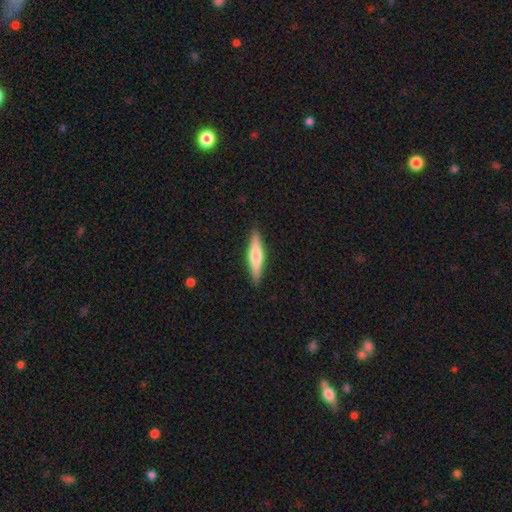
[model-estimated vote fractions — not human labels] This appears to be a smooth galaxy with no disk features (47%, tied with featured or disk). Merging: none (91%).